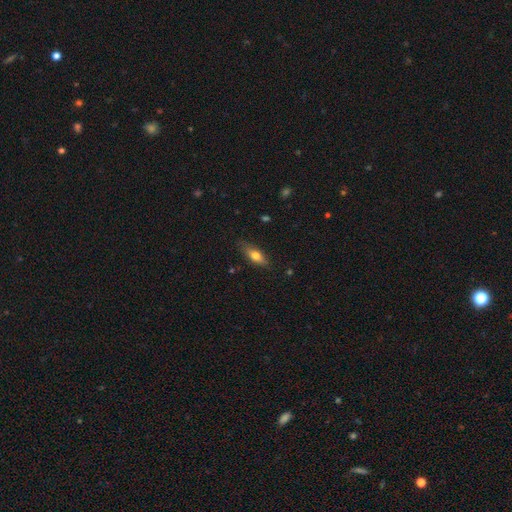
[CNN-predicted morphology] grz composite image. It shows a smooth galaxy with no disk features (68%) that is in between round and cigar-shaped (64%). Merging: none (79%).